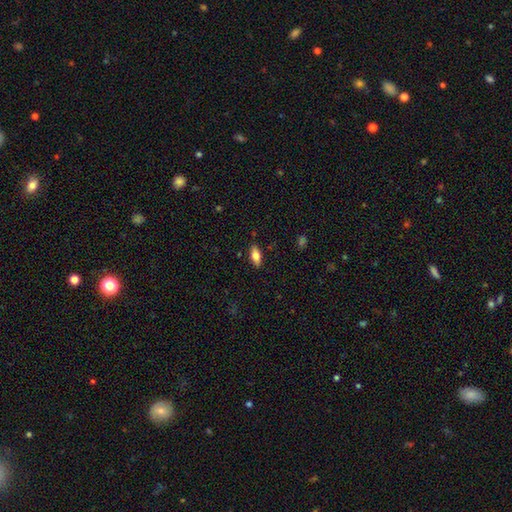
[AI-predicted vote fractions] Overall: smooth (70%). How rounded: in between (80%). Merging: none (87%).